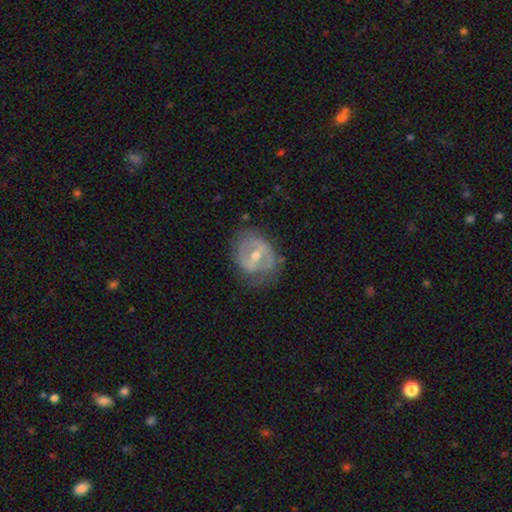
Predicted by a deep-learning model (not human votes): Smooth or featured: featured or disk — 73% (smooth — 21%)
Edge-on disk: no — 95% (yes — 5%)
Bar: strong — 43% (weak — 39%)
Spiral arms: yes — 54% (no — 46%)
Bulge size: moderate — 57% (small — 40%)
Merging: none — 64% (minor disturbance — 22%)